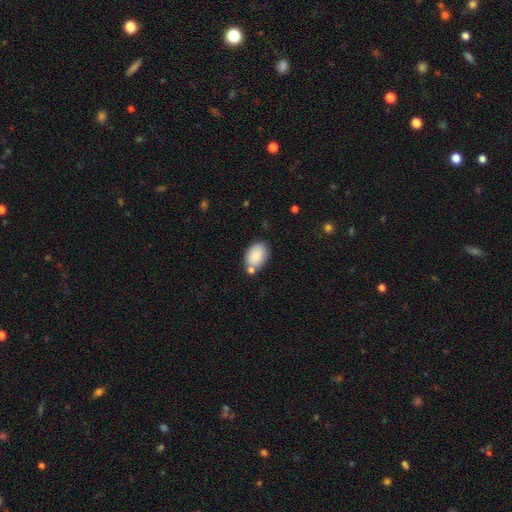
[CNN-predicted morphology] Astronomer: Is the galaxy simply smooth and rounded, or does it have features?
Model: smooth — 85%.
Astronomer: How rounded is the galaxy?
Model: in between — 85%.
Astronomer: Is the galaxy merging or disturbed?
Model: none — 67%.